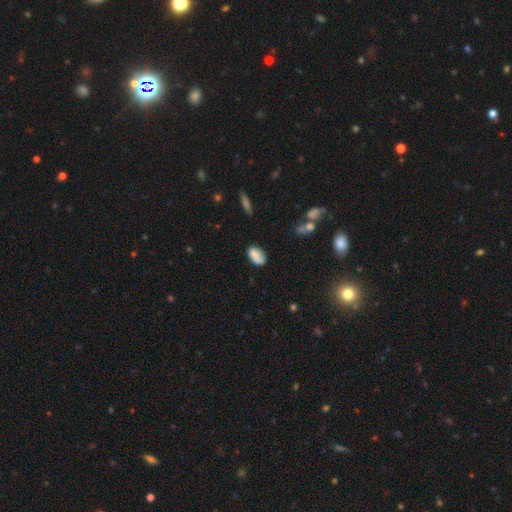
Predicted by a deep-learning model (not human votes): Q: Smooth or featured?
A: smooth (77%); runner-up: featured or disk (15%)
Q: How rounded?
A: in between (92%); runner-up: round (6%)
Q: Merging?
A: none (67%); runner-up: minor disturbance (23%)